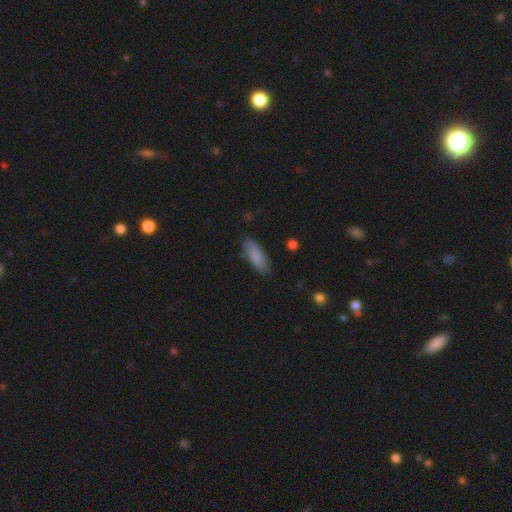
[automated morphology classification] A smooth galaxy with no disk features (85%) that is in between round and cigar-shaped (67%). Merging: none (80%).